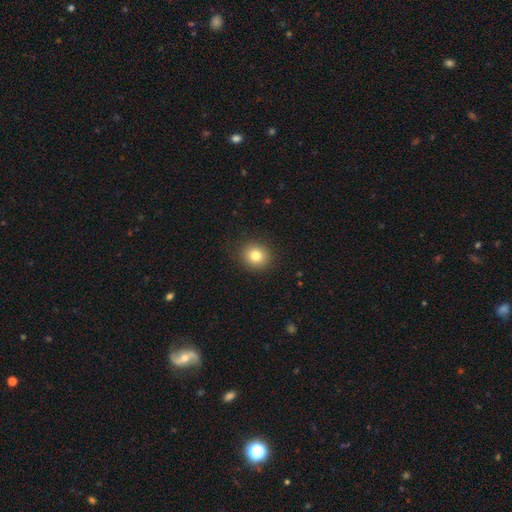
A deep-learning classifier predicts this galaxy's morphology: type=smooth (81%); roundness=round (85%); merging=none (90%).